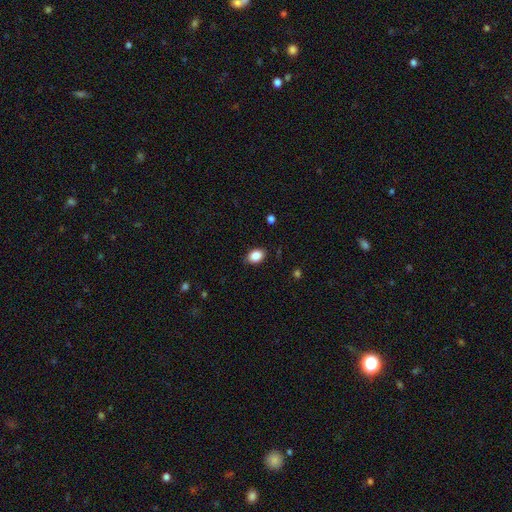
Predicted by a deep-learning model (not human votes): Overall: smooth (88%). How rounded: in between (79%). Merging: none (84%).